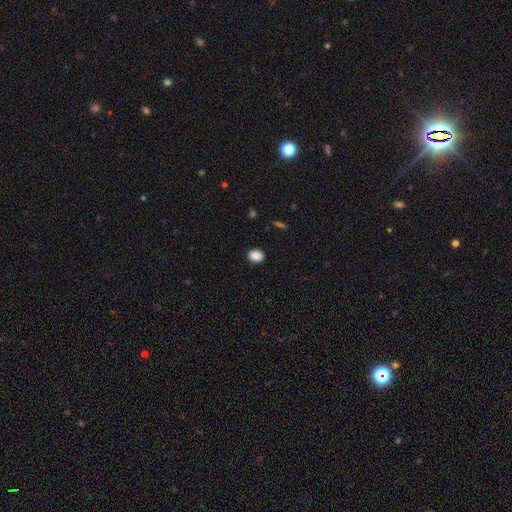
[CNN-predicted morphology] smooth_or_featured: smooth (p=0.89) [alt: star or artifact p=0.09]
how_rounded: in between (p=0.53) [alt: round p=0.46]
merging: none (p=0.90) [alt: minor disturbance p=0.07]